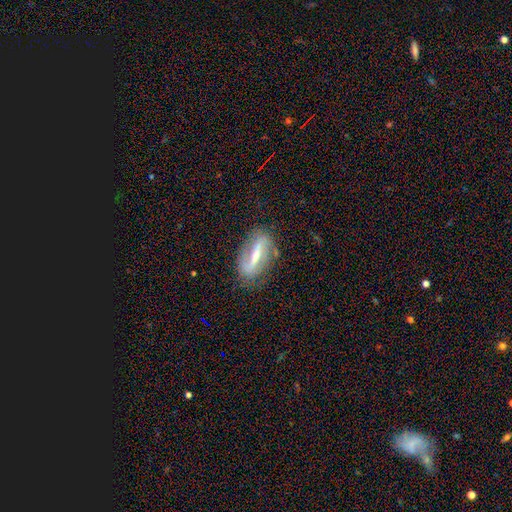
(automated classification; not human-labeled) featured or disk 75%, smooth 18%, star or artifact 7%. Down the decision tree: edge-on disk — no (87%); bar — strong (65%); spiral arms — yes (80%); spiral arm count — 2 (85%); spiral winding — loose (54%); bulge size — moderate (45%); merging — none (76%).